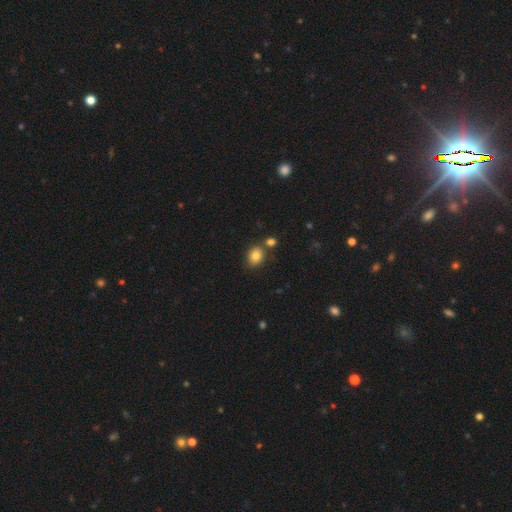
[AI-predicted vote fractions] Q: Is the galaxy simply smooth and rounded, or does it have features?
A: smooth — 84%.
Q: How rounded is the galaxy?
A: round — 50%.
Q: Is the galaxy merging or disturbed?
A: none — 70%.